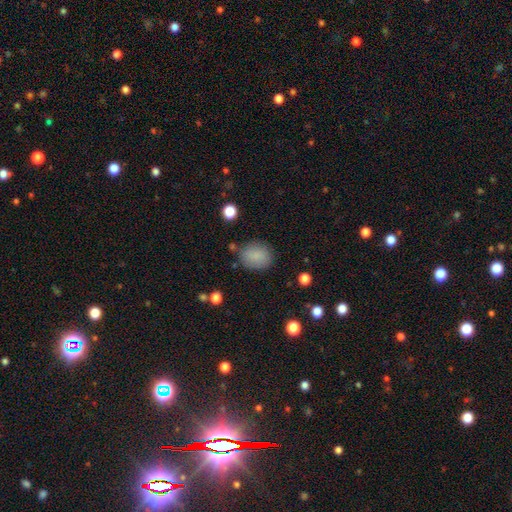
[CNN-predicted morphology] This appears to be a smooth galaxy with no disk features (86%) that is in between round and cigar-shaped (56%). Merging: none (77%).